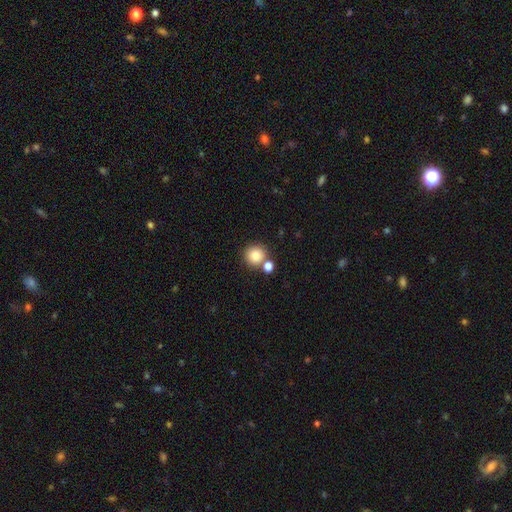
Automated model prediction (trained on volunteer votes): Smooth or featured: smooth — 84% (star or artifact — 10%)
How rounded: round — 92% (in between — 7%)
Merging: none — 68% (merger — 22%)